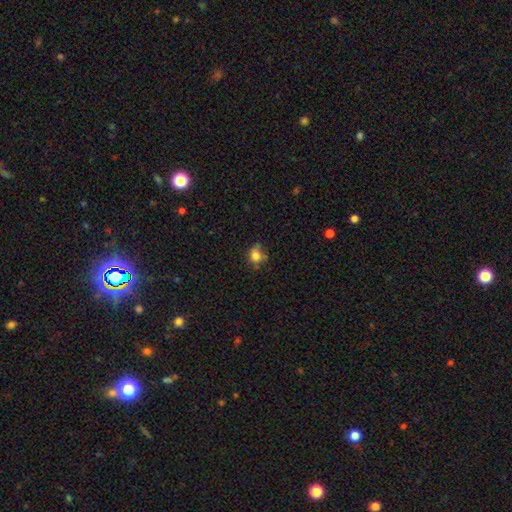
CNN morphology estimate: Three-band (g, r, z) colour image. It shows a smooth galaxy with no disk features (77%) that is round (69%). Merging: none (48%).